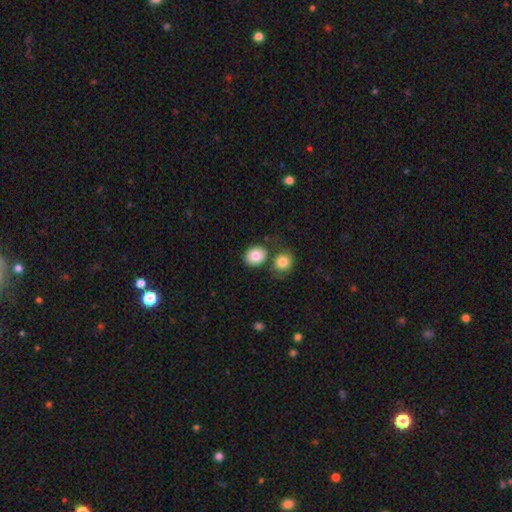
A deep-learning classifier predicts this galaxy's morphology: This appears to be a smooth galaxy with no disk features (84%) that is round (64%). Merging: none (68%).